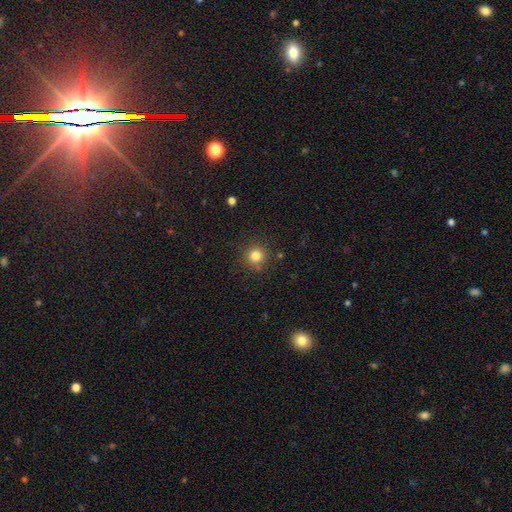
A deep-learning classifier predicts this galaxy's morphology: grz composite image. It shows a smooth galaxy with no disk features (82%) that is round (93%). Merging: none (87%).